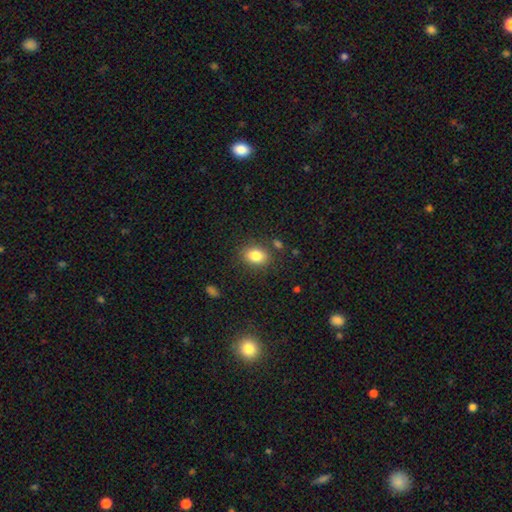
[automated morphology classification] Smooth or featured: smooth — 83% (star or artifact — 10%)
How rounded: in between — 63% (round — 35%)
Merging: none — 82% (minor disturbance — 11%)